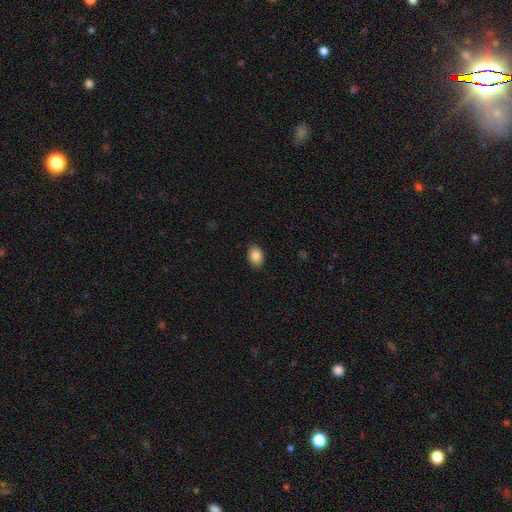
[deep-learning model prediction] Smooth or featured? Predicted: smooth (p=0.87). How rounded? Predicted: in between (p=0.81). Merging? Predicted: none (p=0.87).